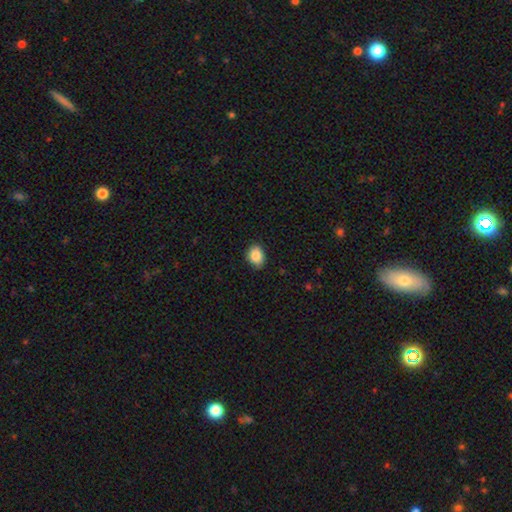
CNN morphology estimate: The model was most divided on "how rounded": in between: 68%, round: 31%, cigar-shaped: 1%. More confident: smooth or featured — smooth (88%); merging — none (83%).